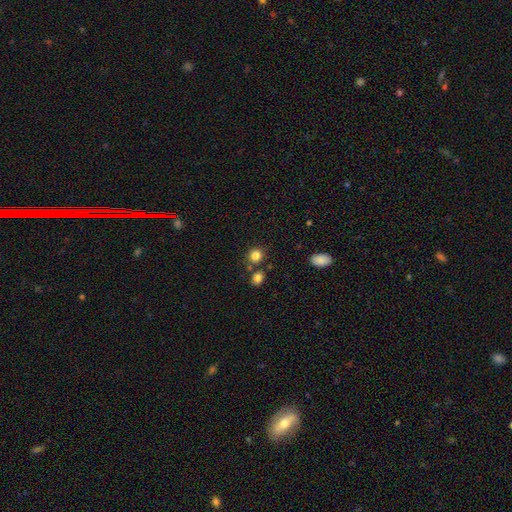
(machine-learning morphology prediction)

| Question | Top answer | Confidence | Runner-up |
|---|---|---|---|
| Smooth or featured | smooth | 83% | star or artifact (12%) |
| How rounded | round | 79% | in between (20%) |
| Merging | none | 73% | merger (15%) |